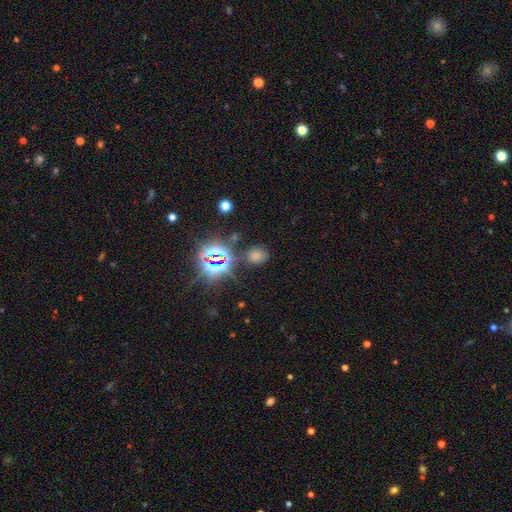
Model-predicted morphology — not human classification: Smooth or featured?
  - smooth: 59% *
  - star or artifact: 34%
  - featured or disk: 7%
How rounded?
  - round: 58% *
  - in between: 41%
  - cigar-shaped: 1%
Merging?
  - none: 77% *
  - minor disturbance: 13%
  - major disturbance: 5%
  - merger: 4%